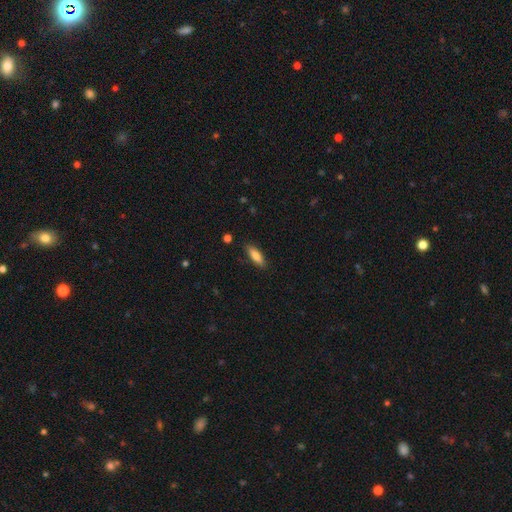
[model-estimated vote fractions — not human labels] smooth 79%, featured or disk 15%, star or artifact 6%. Down the decision tree: how rounded — in between (52%); merging — none (86%).